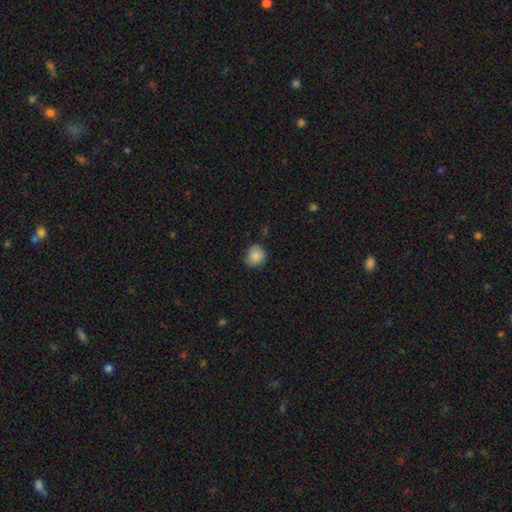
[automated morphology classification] Q: Smooth or featured?
A: smooth (86%); runner-up: star or artifact (8%)
Q: How rounded?
A: round (81%); runner-up: in between (18%)
Q: Merging?
A: none (75%); runner-up: minor disturbance (20%)